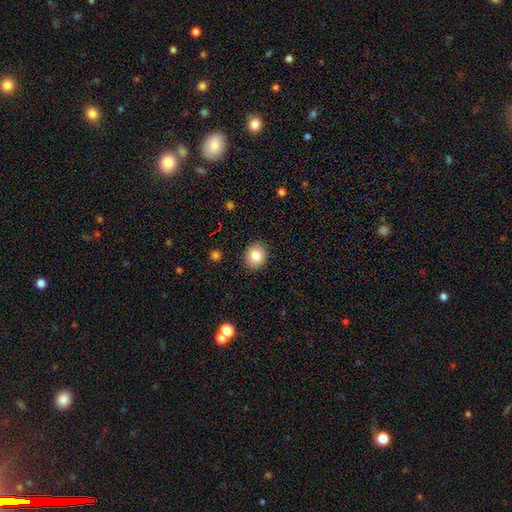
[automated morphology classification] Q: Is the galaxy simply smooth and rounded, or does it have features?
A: smooth — 83%.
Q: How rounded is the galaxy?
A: round — 65%.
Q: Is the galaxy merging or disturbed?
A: none — 89%.